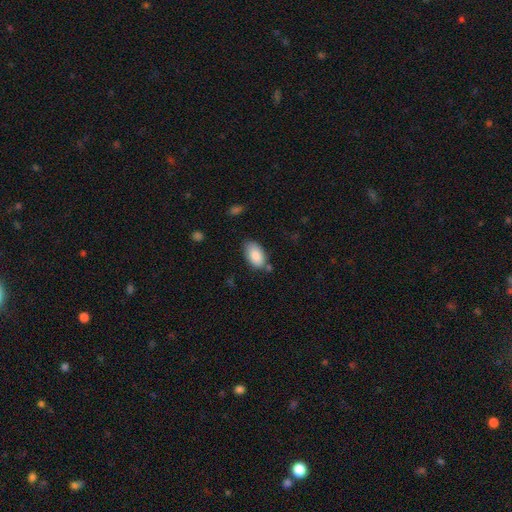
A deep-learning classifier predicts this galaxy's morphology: This is clearly a smooth galaxy (86%). How rounded: clearly in between (94%). Merging: likely none (70%).